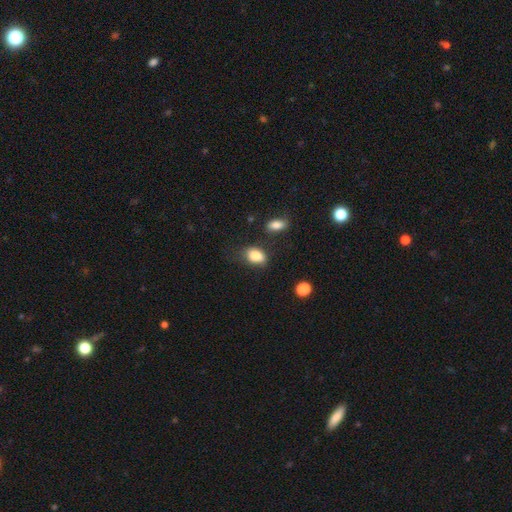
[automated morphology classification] A smooth galaxy with no disk features (85%) that is in between round and cigar-shaped (82%).

Vote fractions:
- Smooth or featured? smooth: 85% / star or artifact: 9% / featured or disk: 7%
- How rounded? in between: 82% / round: 16% / cigar-shaped: 2%
- Merging? none: 62% / minor disturbance: 25% / major disturbance: 8% / merger: 6%